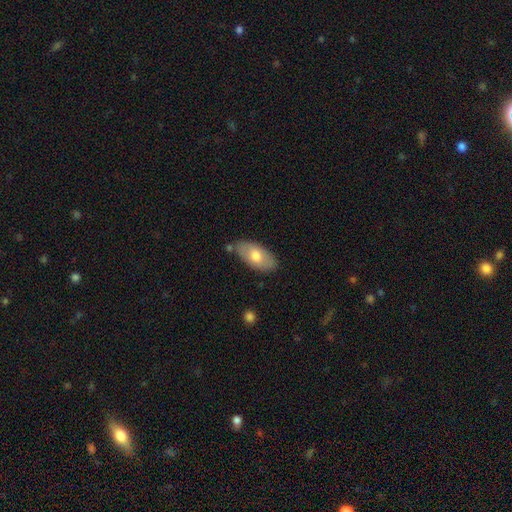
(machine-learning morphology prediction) A smooth galaxy with no disk features (69%) that is in between round and cigar-shaped (93%).

Vote fractions:
- Smooth or featured? smooth: 69% / featured or disk: 25% / star or artifact: 6%
- How rounded? in between: 93% / cigar-shaped: 4% / round: 3%
- Merging? none: 76% / minor disturbance: 16% / merger: 5% / major disturbance: 3%